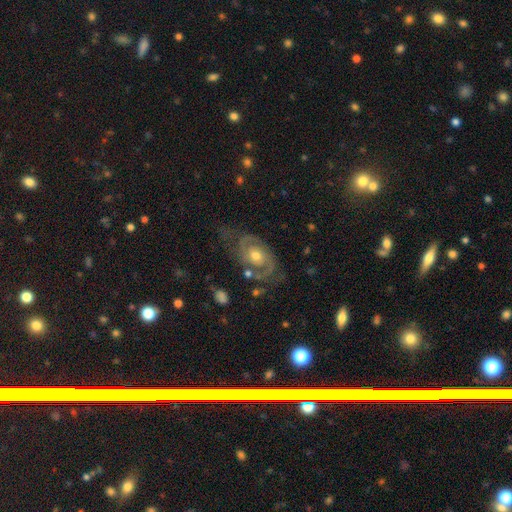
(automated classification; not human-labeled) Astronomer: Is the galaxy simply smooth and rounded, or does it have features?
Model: featured or disk — 82%.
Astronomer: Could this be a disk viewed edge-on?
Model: no — 96%.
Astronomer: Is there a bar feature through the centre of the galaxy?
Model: no — 74%.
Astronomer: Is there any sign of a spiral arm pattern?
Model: yes — 91%.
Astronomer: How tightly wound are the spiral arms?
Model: tight — 47% (runner-up: medium, 39%).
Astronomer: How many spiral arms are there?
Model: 2 — 75%.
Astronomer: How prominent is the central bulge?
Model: moderate — 67%.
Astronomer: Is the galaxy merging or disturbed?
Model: none — 66%.